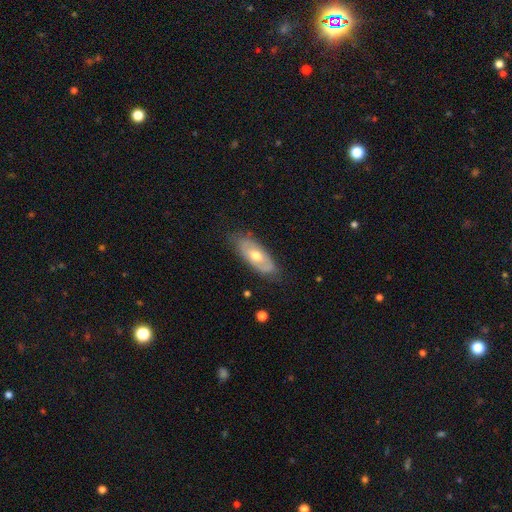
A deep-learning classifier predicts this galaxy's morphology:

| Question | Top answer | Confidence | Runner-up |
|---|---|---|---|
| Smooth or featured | smooth | 48% | featured or disk (46%) |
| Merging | none | 76% | minor disturbance (19%) |